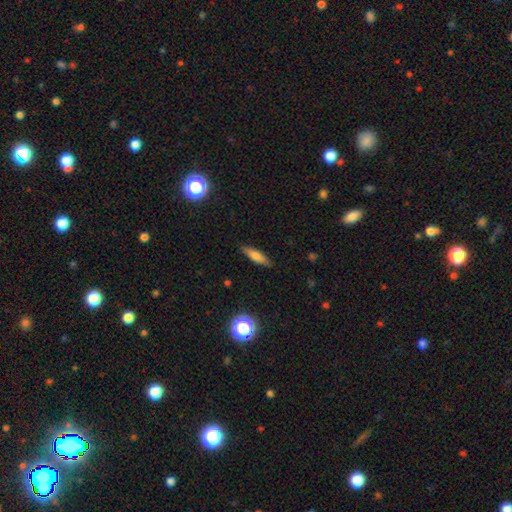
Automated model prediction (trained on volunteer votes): Smooth or featured? smooth (73%)
How rounded? cigar-shaped (67%)
Merging? none (87%)